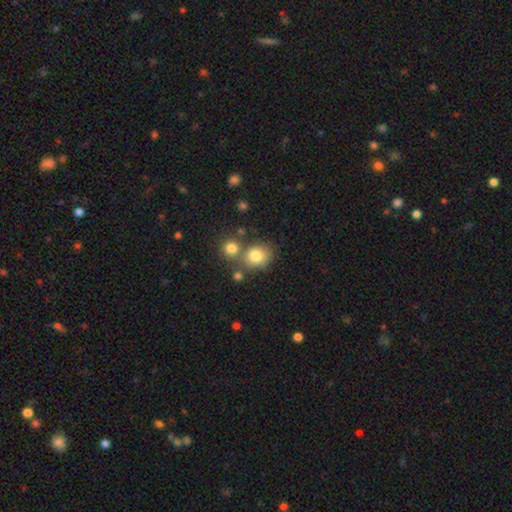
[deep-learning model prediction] smooth-or-featured: smooth: 80% | star or artifact: 11% | featured or disk: 9%
  how-rounded: round: 67% | in between: 32% | cigar-shaped: 1%
  merging: none: 56% | merger: 26% | minor disturbance: 13% | major disturbance: 5%